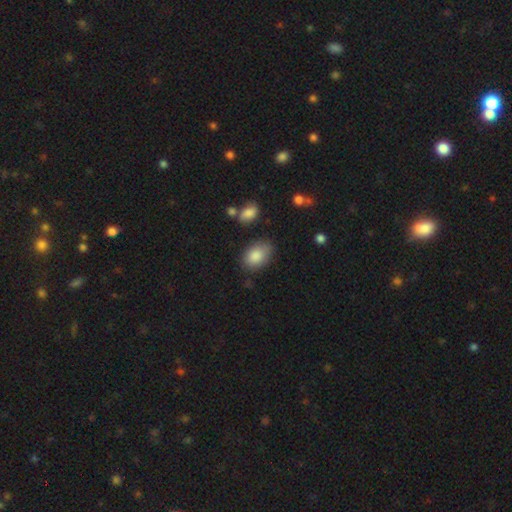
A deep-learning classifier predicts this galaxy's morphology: smooth_or_featured: smooth (p=0.86) [alt: star or artifact p=0.07]
how_rounded: in between (p=0.84) [alt: round p=0.15]
merging: none (p=0.70) [alt: minor disturbance p=0.21]